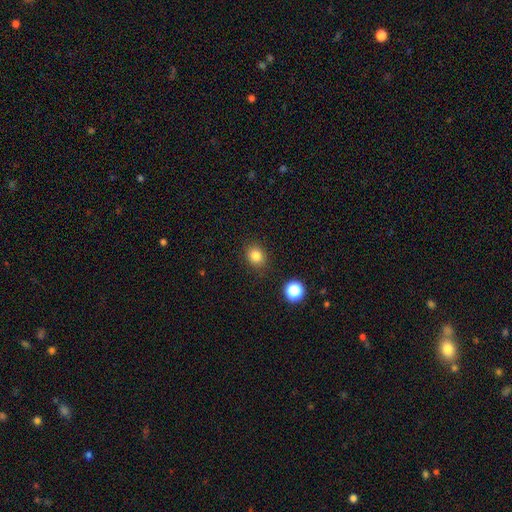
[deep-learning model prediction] Smooth or featured? Predicted: smooth (p=0.82). How rounded? Predicted: round (p=0.67). Merging? Predicted: none (p=0.86).